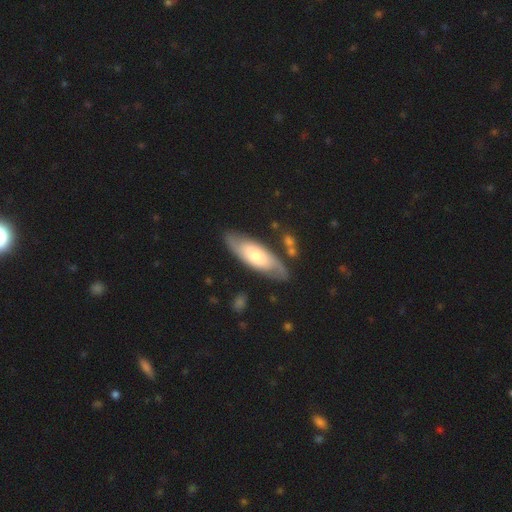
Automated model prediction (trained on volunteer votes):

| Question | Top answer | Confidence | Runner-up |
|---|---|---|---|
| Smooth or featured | featured or disk | 55% | smooth (39%) |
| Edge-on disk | no | 78% | yes (22%) |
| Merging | none | 79% | minor disturbance (13%) |